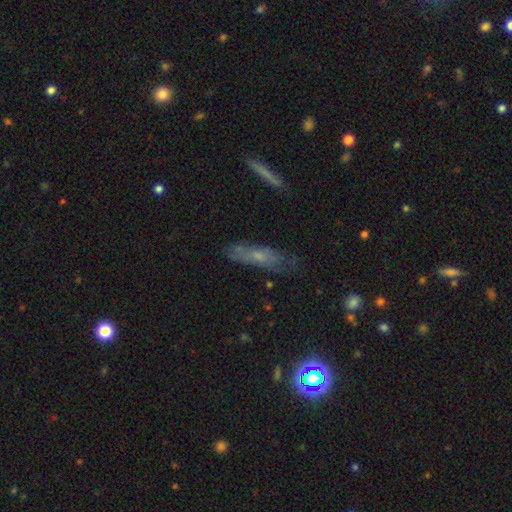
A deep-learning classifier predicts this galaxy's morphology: Q: Smooth or featured?
A: smooth (51%); runner-up: featured or disk (38%)
Q: How rounded?
A: cigar-shaped (67%); runner-up: in between (30%)
Q: Merging?
A: none (65%); runner-up: minor disturbance (25%)